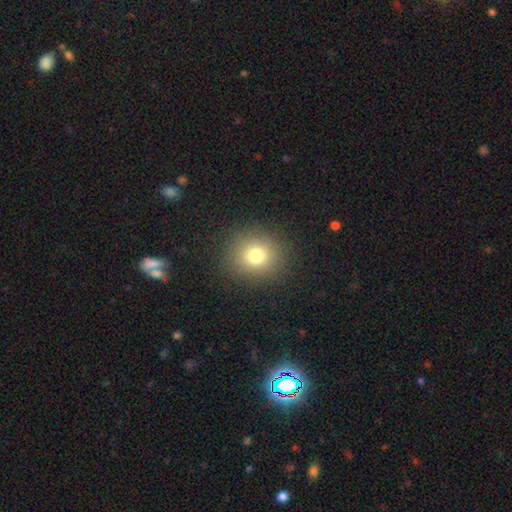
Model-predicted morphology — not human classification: smooth 77%, star or artifact 14%, featured or disk 9%. Down the decision tree: how rounded — round (85%); merging — none (89%).